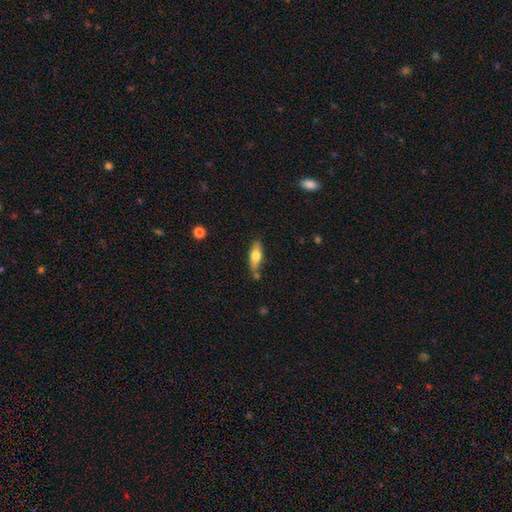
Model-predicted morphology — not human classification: smooth 66%, featured or disk 28%, star or artifact 6%. Down the decision tree: how rounded — in between (58%); merging — none (68%).